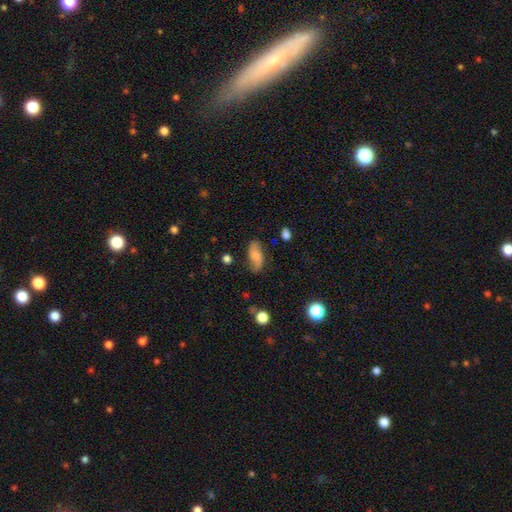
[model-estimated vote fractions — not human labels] Smooth or featured? Predicted: smooth (p=0.60). How rounded? Predicted: in between (p=0.85). Merging? Predicted: none (p=0.73).